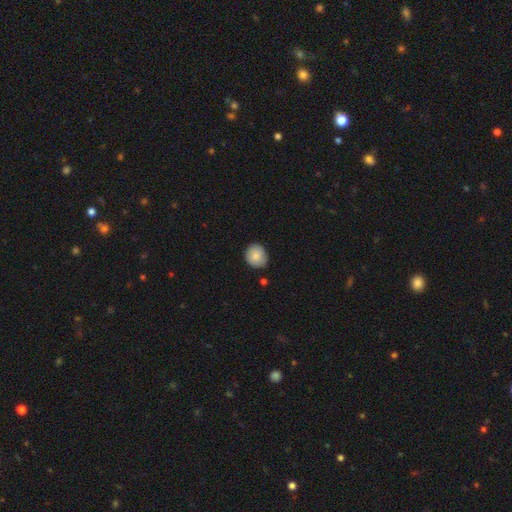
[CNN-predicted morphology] Smooth or featured?
  - smooth: 85% *
  - featured or disk: 8%
  - star or artifact: 7%
How rounded?
  - round: 76% *
  - in between: 23%
  - cigar-shaped: 1%
Merging?
  - none: 82% *
  - minor disturbance: 14%
  - major disturbance: 2%
  - merger: 2%